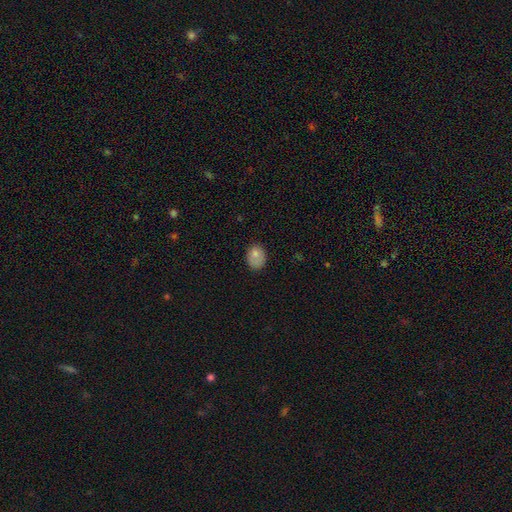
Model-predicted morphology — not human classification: Overall: smooth (77%). How rounded: in between (64%; round 35%). Merging: none (59%; minor disturbance 27%).